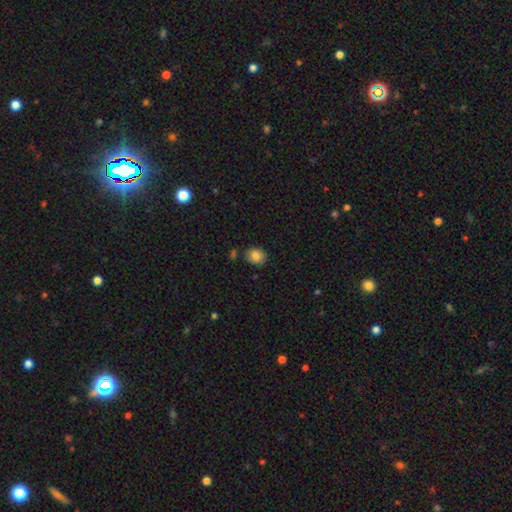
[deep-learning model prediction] smooth-or-featured: smooth: 84% | star or artifact: 9% | featured or disk: 7%
  how-rounded: round: 55% | in between: 44% | cigar-shaped: 1%
  merging: none: 81% | minor disturbance: 12% | merger: 5% | major disturbance: 3%